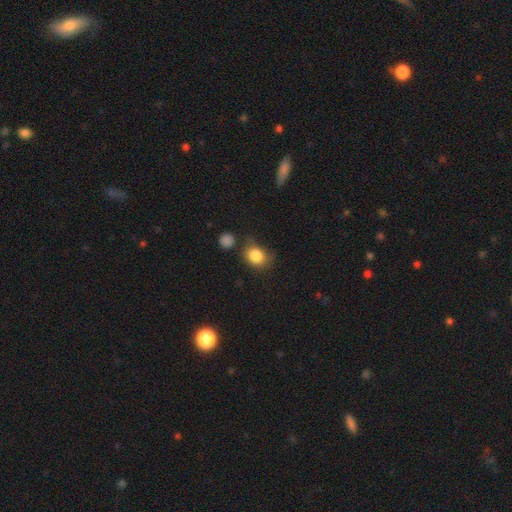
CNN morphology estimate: smooth-or-featured: smooth: 83% | star or artifact: 10% | featured or disk: 7%
  how-rounded: round: 62% | in between: 37% | cigar-shaped: 1%
  merging: none: 60% | minor disturbance: 25% | major disturbance: 8% | merger: 6%